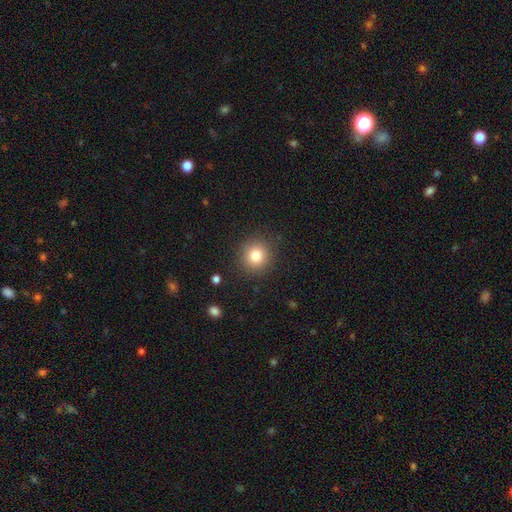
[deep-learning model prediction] Morphology: type=smooth (81%); roundness=round (91%); merging=none (89%).